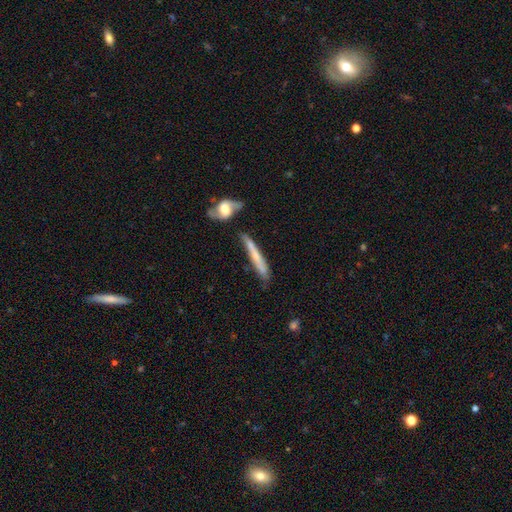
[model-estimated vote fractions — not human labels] The model was most divided on "smooth or featured": smooth: 50%, featured or disk: 43%, star or artifact: 7%. More confident: how rounded — cigar-shaped (93%); merging — none (66%).